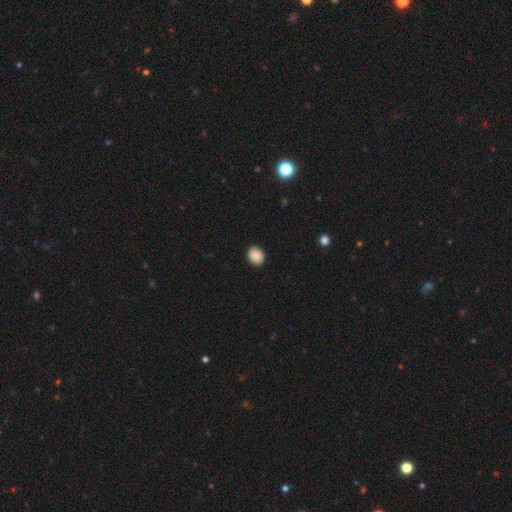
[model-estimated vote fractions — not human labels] Smooth or featured: smooth — 89% (star or artifact — 8%)
How rounded: round — 55% (in between — 44%)
Merging: none — 86% (minor disturbance — 11%)